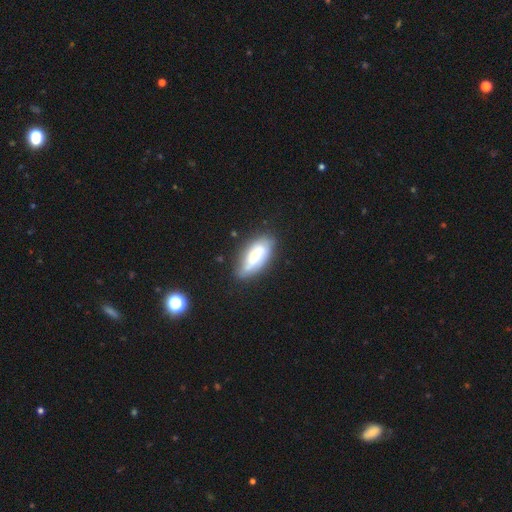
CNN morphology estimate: Overall: smooth (56%; featured or disk 37%). How rounded: in between (83%). Merging: none (65%; minor disturbance 25%).